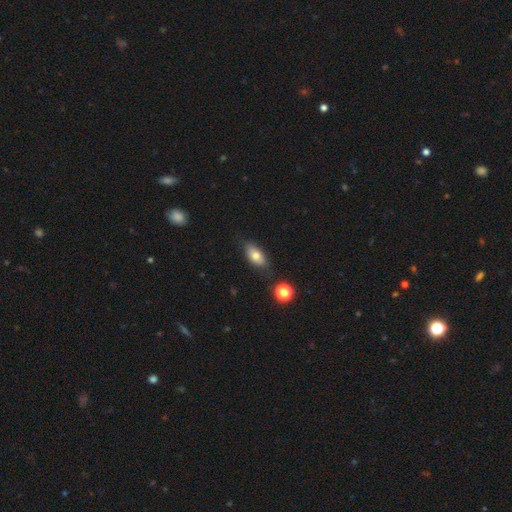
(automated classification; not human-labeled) Overall: smooth (73%). How rounded: in between (85%). Merging: none (78%).